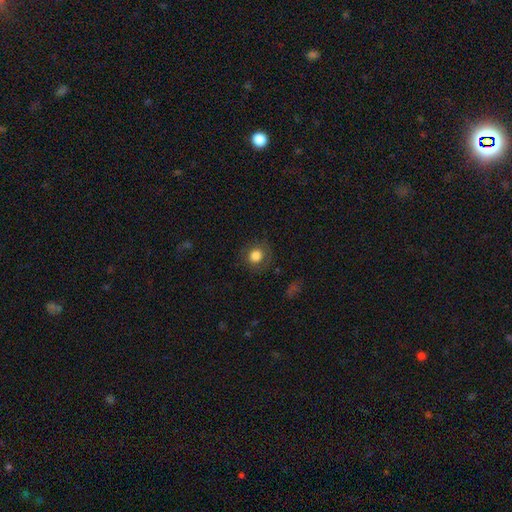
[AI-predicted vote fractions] A smooth galaxy with no disk features (81%) that is round (85%).

Vote fractions:
- Smooth or featured? smooth: 81% / star or artifact: 10% / featured or disk: 9%
- How rounded? round: 85% / in between: 14% / cigar-shaped: 1%
- Merging? none: 82% / minor disturbance: 12% / major disturbance: 5% / merger: 1%